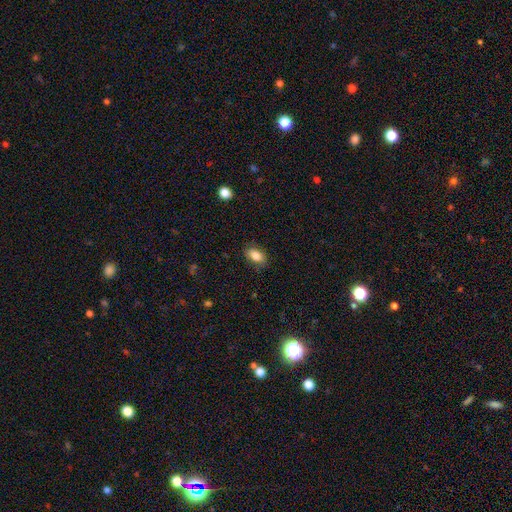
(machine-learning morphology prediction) A smooth galaxy with no disk features (84%) that is in between round and cigar-shaped (87%). Merging: none (82%).